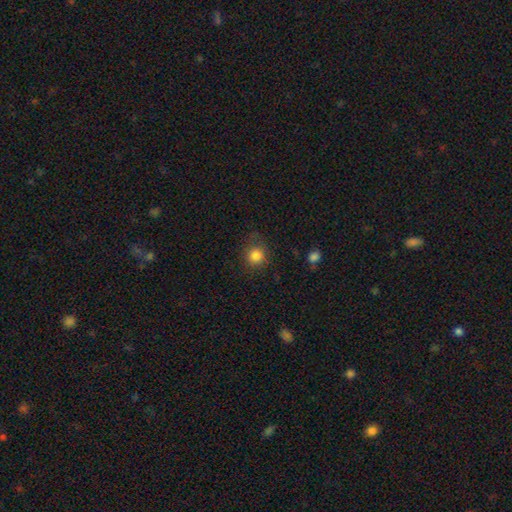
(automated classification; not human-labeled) Smooth or featured?
  - smooth: 84% *
  - star or artifact: 11%
  - featured or disk: 5%
How rounded?
  - round: 88% *
  - in between: 11%
  - cigar-shaped: 1%
Merging?
  - none: 79% *
  - minor disturbance: 14%
  - major disturbance: 5%
  - merger: 1%